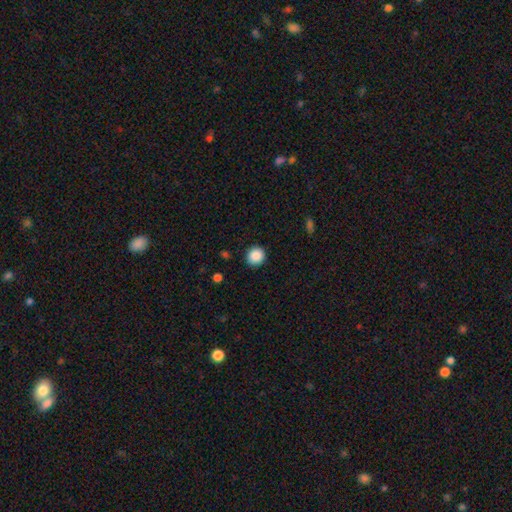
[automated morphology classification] A smooth galaxy with no disk features (88%) that is round (91%). Merging: none (91%).